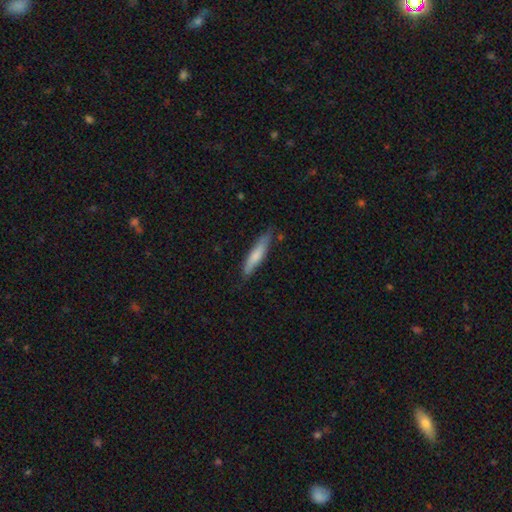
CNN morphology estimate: smooth_or_featured: smooth (p=0.70) [alt: featured or disk p=0.25]
how_rounded: cigar-shaped (p=0.87) [alt: in between p=0.12]
merging: none (p=0.77) [alt: minor disturbance p=0.18]